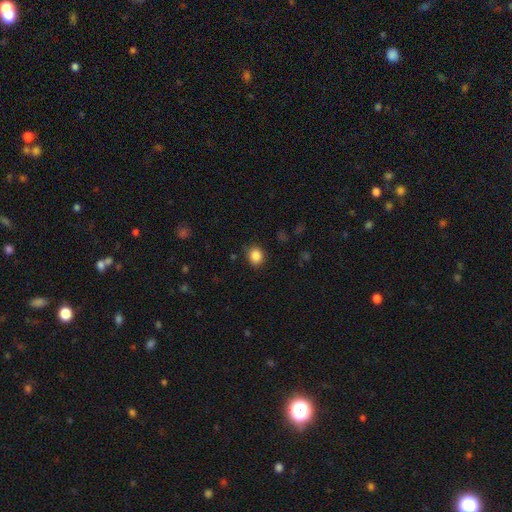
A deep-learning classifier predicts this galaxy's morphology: The model was most divided on "how rounded": round: 73%, in between: 26%, cigar-shaped: 1%. More confident: smooth or featured — smooth (86%); merging — none (85%).